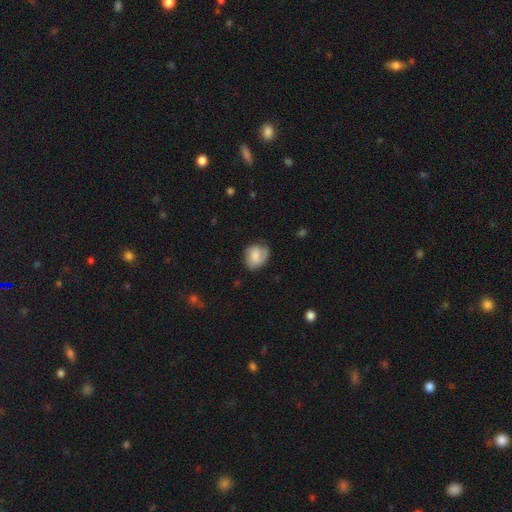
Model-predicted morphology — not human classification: Q: Smooth or featured?
A: smooth (56%); runner-up: featured or disk (36%)
Q: How rounded?
A: round (56%); runner-up: in between (43%)
Q: Merging?
A: none (61%); runner-up: minor disturbance (27%)